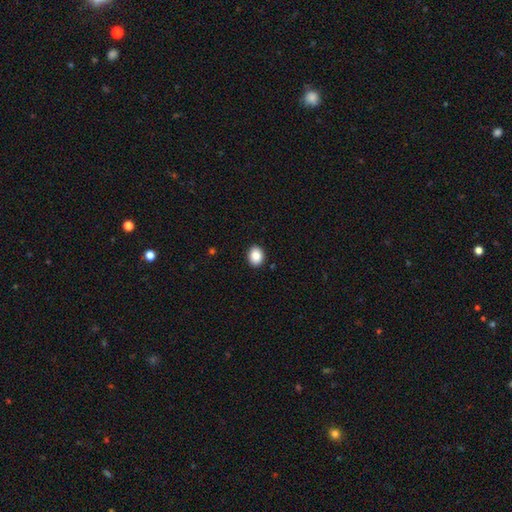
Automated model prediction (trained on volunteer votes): Smooth or featured?
  - smooth: 88% *
  - star or artifact: 8%
  - featured or disk: 4%
How rounded?
  - in between: 54% *
  - round: 45%
  - cigar-shaped: 1%
Merging?
  - none: 91% *
  - minor disturbance: 6%
  - major disturbance: 2%
  - merger: 1%